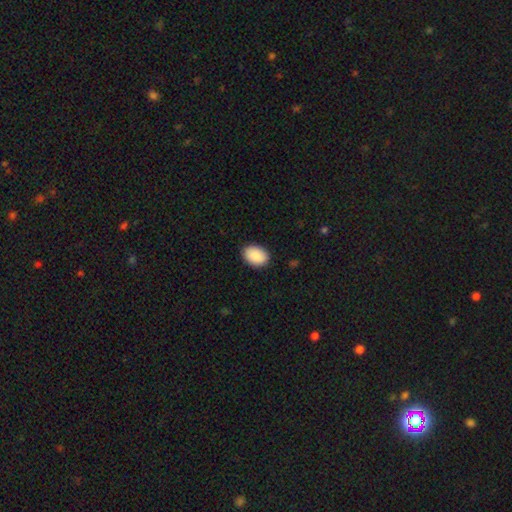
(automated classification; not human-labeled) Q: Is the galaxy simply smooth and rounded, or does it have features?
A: smooth — 91%.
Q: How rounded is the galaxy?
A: in between — 82%.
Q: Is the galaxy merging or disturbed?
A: none — 88%.